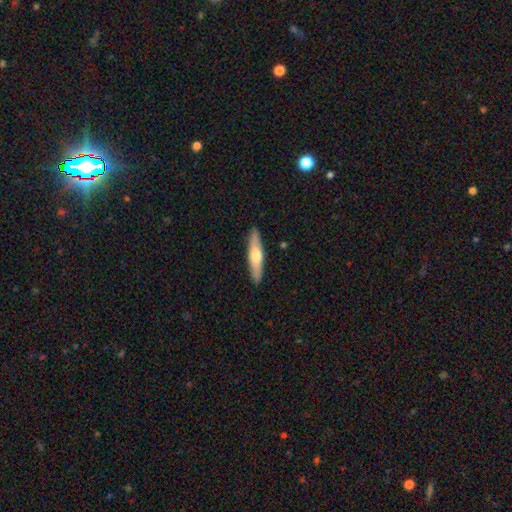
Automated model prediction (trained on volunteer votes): Q: Smooth or featured?
A: smooth (49%); runner-up: featured or disk (46%)
Q: Merging?
A: none (91%); runner-up: minor disturbance (6%)